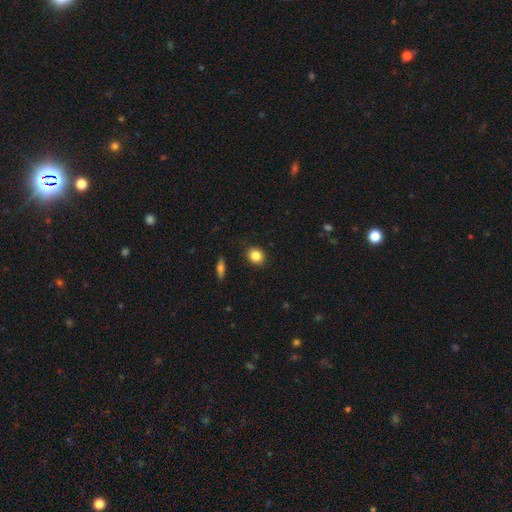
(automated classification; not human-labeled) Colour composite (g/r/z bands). It shows a smooth galaxy with no disk features (85%) that is round (72%). Merging: none (88%).